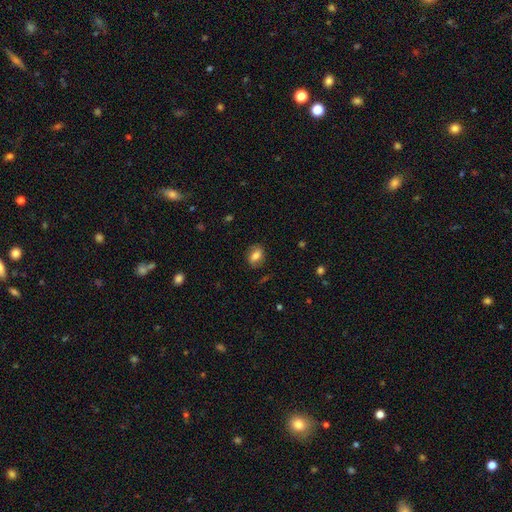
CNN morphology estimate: This is likely a smooth galaxy (71%). How rounded: likely in between (74%). Merging: likely none (78%).